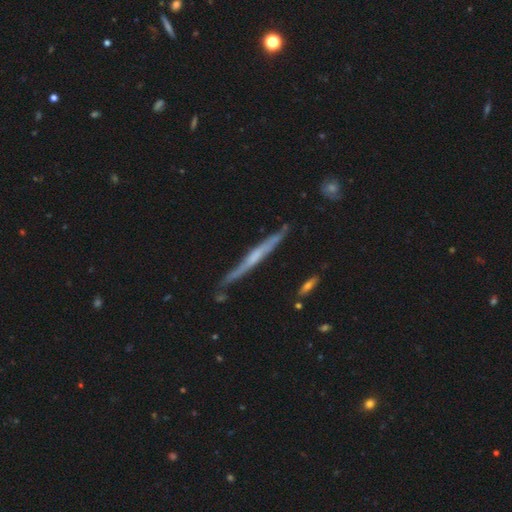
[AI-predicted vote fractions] Q: Smooth or featured?
A: featured or disk (68%); runner-up: smooth (26%)
Q: Edge-on disk?
A: yes (95%); runner-up: no (5%)
Q: Edge-on bulge?
A: none (57%); runner-up: rounded (31%)
Q: Merging?
A: none (80%); runner-up: minor disturbance (15%)